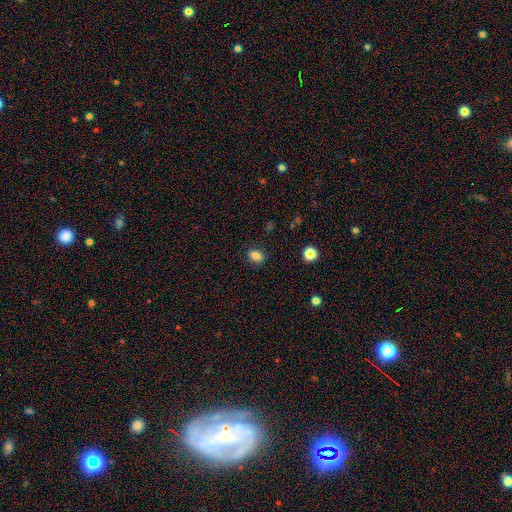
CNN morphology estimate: smooth-or-featured: smooth: 83% | star or artifact: 11% | featured or disk: 6%
  how-rounded: in between: 67% | round: 32% | cigar-shaped: 1%
  merging: none: 86% | minor disturbance: 10% | major disturbance: 3% | merger: 1%